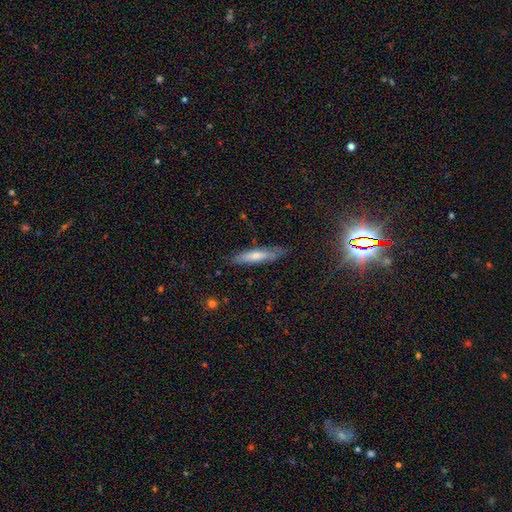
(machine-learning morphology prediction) type=smooth (63%); roundness=cigar-shaped (81%); merging=none (80%).